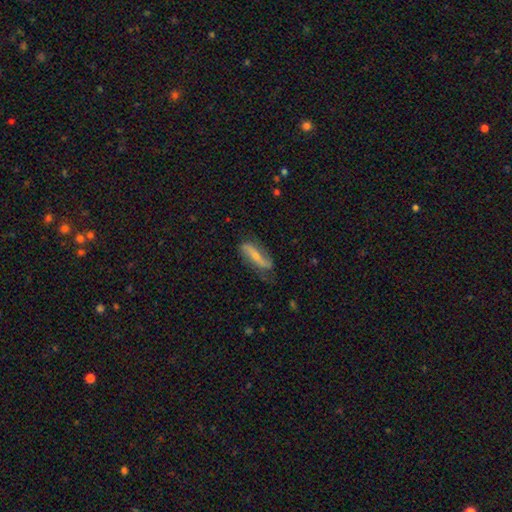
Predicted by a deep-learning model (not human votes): smooth-or-featured: featured or disk: 59% | smooth: 35% | star or artifact: 7%
  disk-edge-on: no: 74% | yes: 26%
  merging: none: 61% | minor disturbance: 27% | major disturbance: 10% | merger: 2%